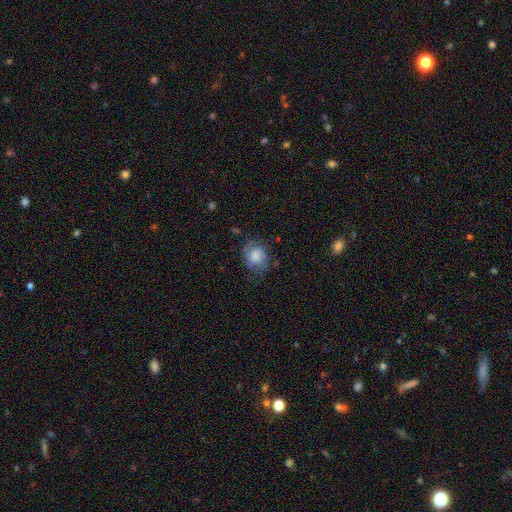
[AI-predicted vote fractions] A smooth galaxy with no disk features (62%) that is round (59%).

Vote fractions:
- Smooth or featured? smooth: 62% / featured or disk: 29% / star or artifact: 9%
- How rounded? round: 59% / in between: 40% / cigar-shaped: 1%
- Merging? none: 60% / minor disturbance: 26% / major disturbance: 12% / merger: 2%